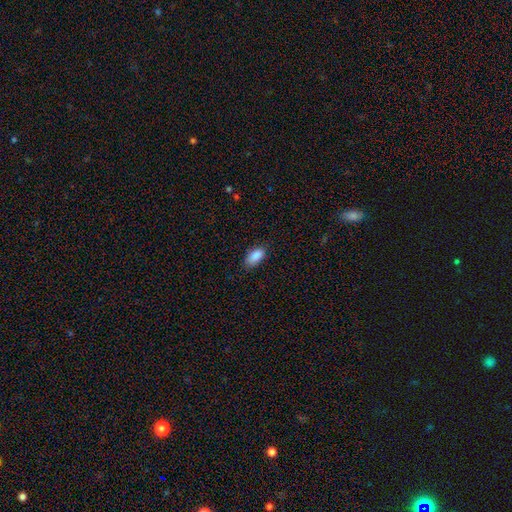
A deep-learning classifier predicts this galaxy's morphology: The model was most divided on "merging": none: 78%, minor disturbance: 17%, major disturbance: 3%, merger: 1%. More confident: how rounded — in between (91%); smooth or featured — smooth (88%).